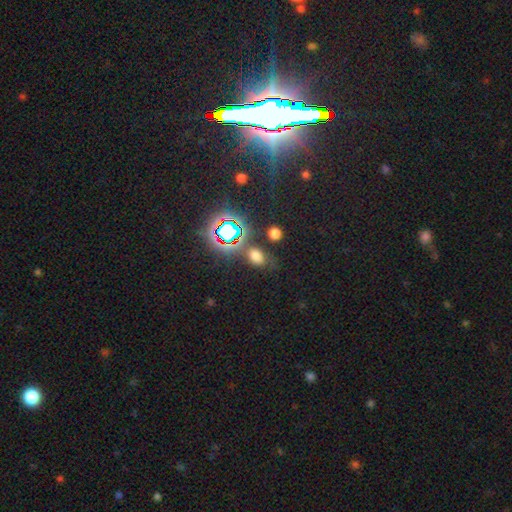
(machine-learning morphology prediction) smooth_or_featured: smooth (p=0.63) [alt: star or artifact p=0.30]
how_rounded: in between (p=0.74) [alt: round p=0.24]
merging: none (p=0.70) [alt: minor disturbance p=0.16]